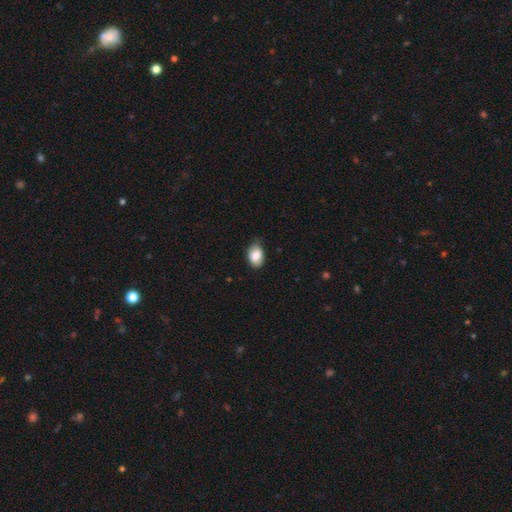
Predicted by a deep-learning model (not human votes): A smooth galaxy with no disk features (83%) that is in between round and cigar-shaped (84%). Merging: none (66%).